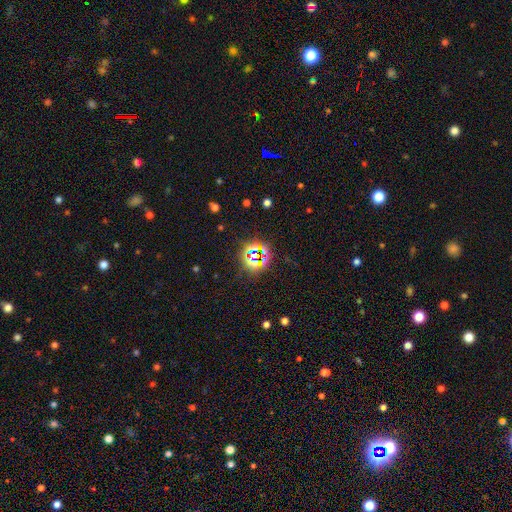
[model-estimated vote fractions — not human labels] Smooth or featured?
  - star or artifact: 76% *
  - smooth: 15%
  - featured or disk: 9%